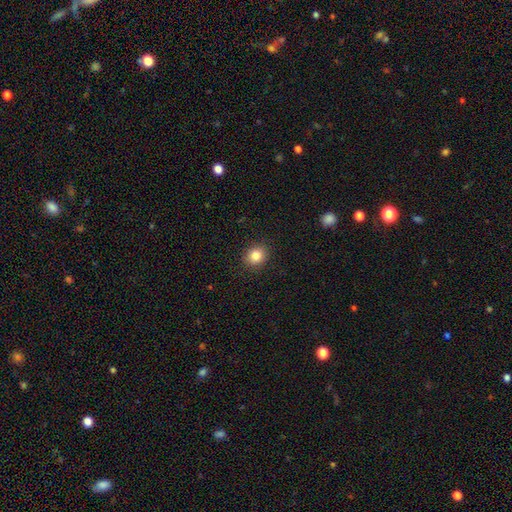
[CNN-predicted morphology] Smooth or featured?
  - smooth: 84% *
  - star or artifact: 10%
  - featured or disk: 6%
How rounded?
  - round: 70% *
  - in between: 29%
  - cigar-shaped: 1%
Merging?
  - none: 90% *
  - minor disturbance: 7%
  - major disturbance: 2%
  - merger: 1%